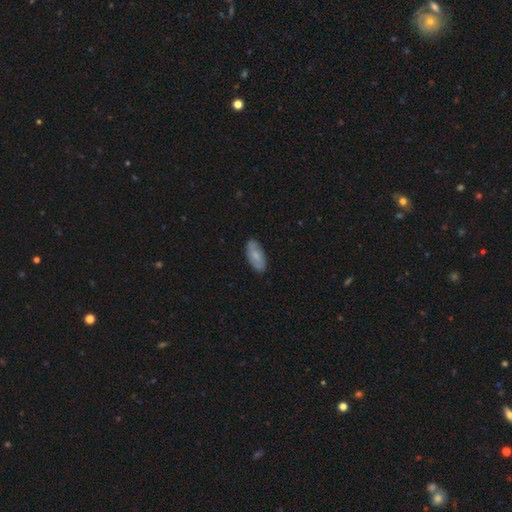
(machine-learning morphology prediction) Q: Smooth or featured?
A: smooth (70%); runner-up: featured or disk (25%)
Q: How rounded?
A: in between (90%); runner-up: cigar-shaped (8%)
Q: Merging?
A: none (85%); runner-up: minor disturbance (12%)